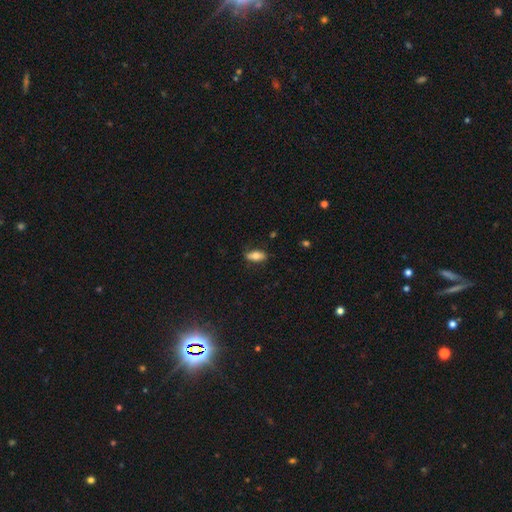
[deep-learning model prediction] Smooth or featured? smooth (73%)
How rounded? in between (80%)
Merging? none (75%)